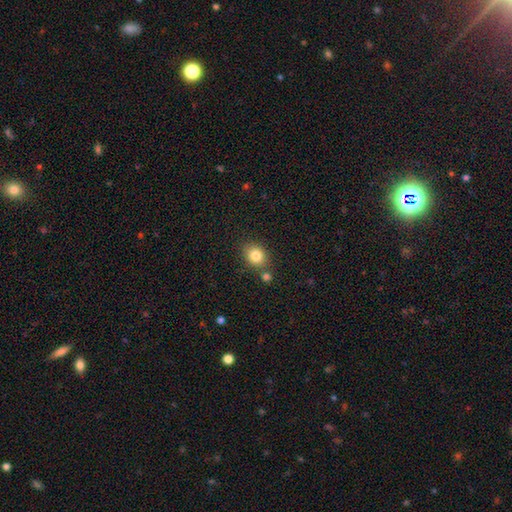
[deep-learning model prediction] The model was most divided on "how rounded": round: 54%, in between: 45%, cigar-shaped: 1%. More confident: smooth or featured — smooth (83%); merging — none (73%).